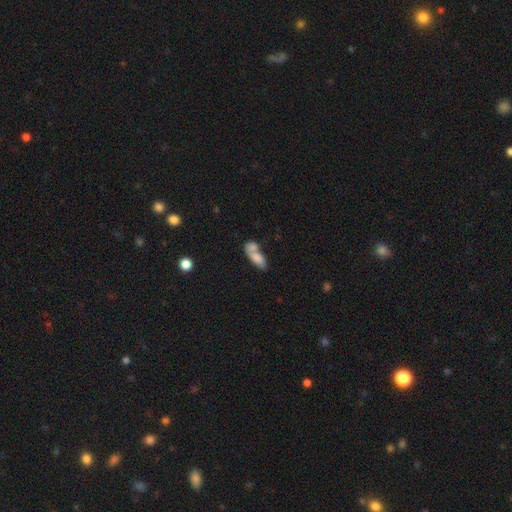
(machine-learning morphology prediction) This is likely a smooth galaxy (71%). How rounded: likely in between (79%). Merging: possibly merger (58%).